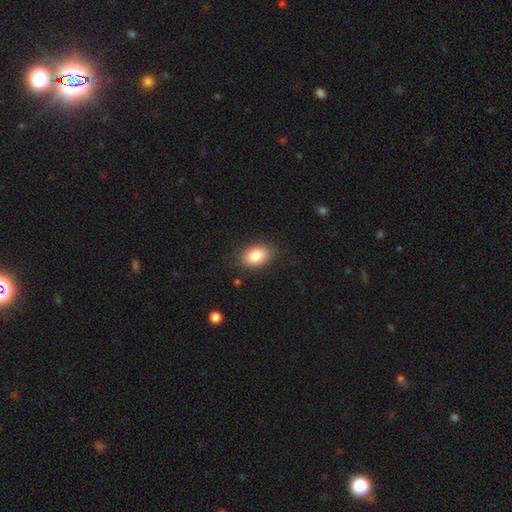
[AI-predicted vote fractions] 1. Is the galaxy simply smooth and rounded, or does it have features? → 84% smooth, 9% featured or disk, 8% star or artifact.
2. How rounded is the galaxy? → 85% in between, 14% round, 1% cigar-shaped.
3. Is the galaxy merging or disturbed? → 86% none, 10% minor disturbance, 3% major disturbance, 1% merger.